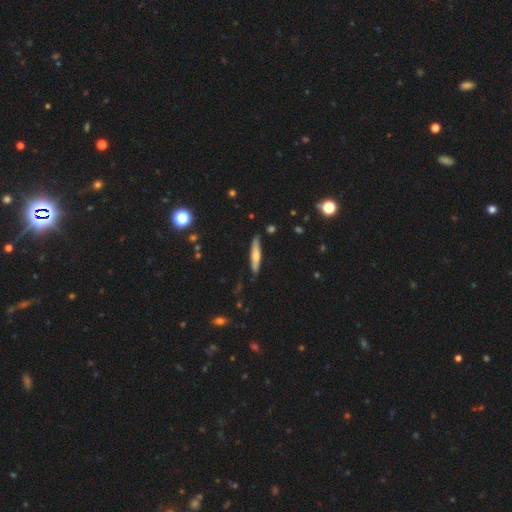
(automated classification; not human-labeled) Q: Smooth or featured?
A: smooth (56%); runner-up: featured or disk (38%)
Q: How rounded?
A: cigar-shaped (88%); runner-up: in between (11%)
Q: Merging?
A: none (85%); runner-up: minor disturbance (11%)